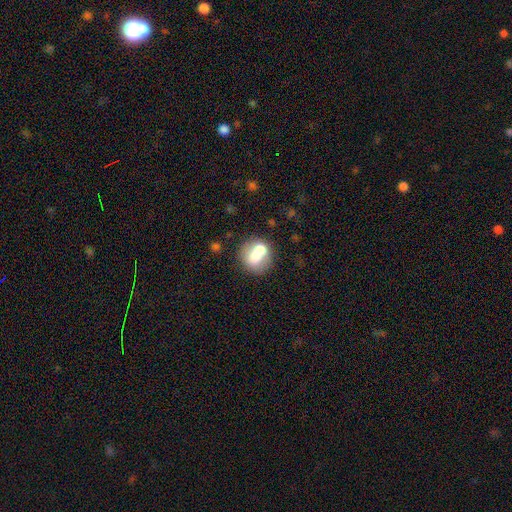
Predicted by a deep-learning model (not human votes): Morphology: type=smooth (64%); roundness=round (71%); merging=merger (43%).